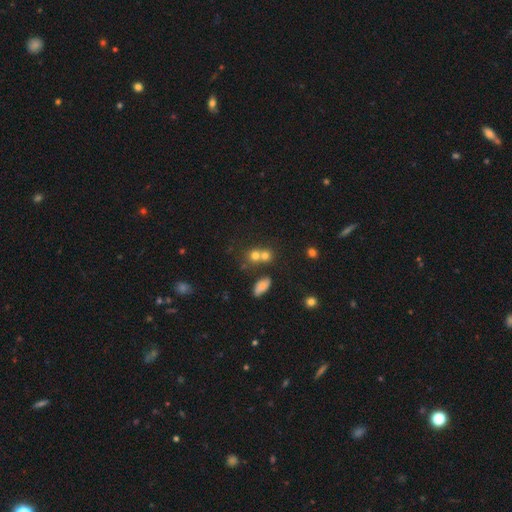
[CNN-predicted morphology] Smooth or featured? smooth (71%)
How rounded? round (77%)
Merging? merger (46%)